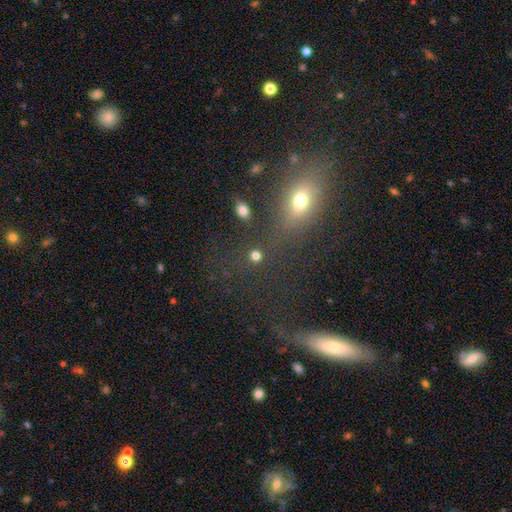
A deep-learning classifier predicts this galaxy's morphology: smooth 78%, star or artifact 17%, featured or disk 6%. Down the decision tree: how rounded — round (89%); merging — none (80%).